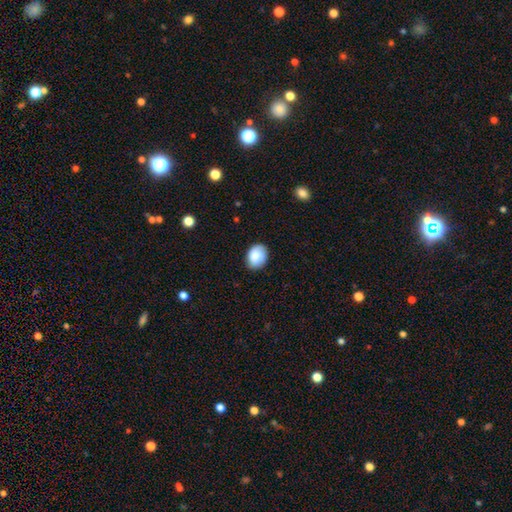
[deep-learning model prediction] smooth-or-featured: smooth: 84% | featured or disk: 9% | star or artifact: 7%
  how-rounded: in between: 66% | round: 33% | cigar-shaped: 1%
  merging: none: 81% | minor disturbance: 15% | major disturbance: 3% | merger: 1%